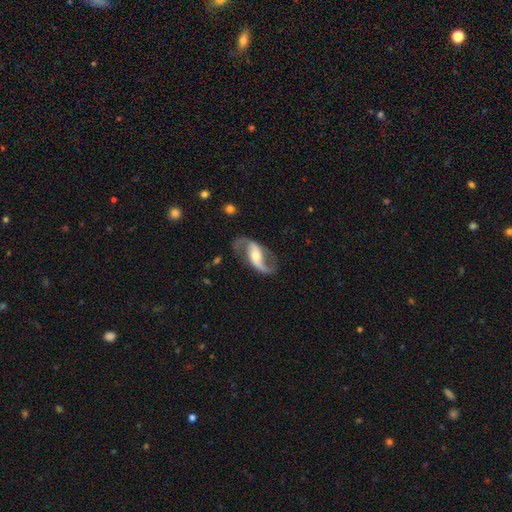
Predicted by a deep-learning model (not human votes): Smooth or featured? featured or disk (89%)
Edge-on disk? no (96%)
Bar? strong (38%)
Spiral arms? yes (96%)
Spiral winding? loose (61%)
Spiral arm count? 2 (93%)
Bulge size? moderate (56%)
Merging? none (78%)